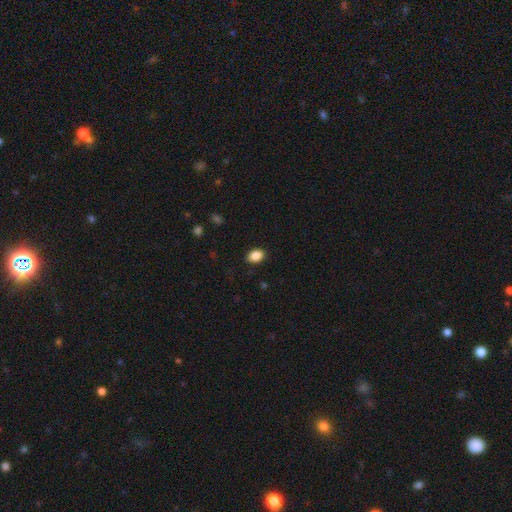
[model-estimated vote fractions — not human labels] This is clearly a smooth galaxy (88%). How rounded: likely in between (80%). Merging: clearly none (87%).